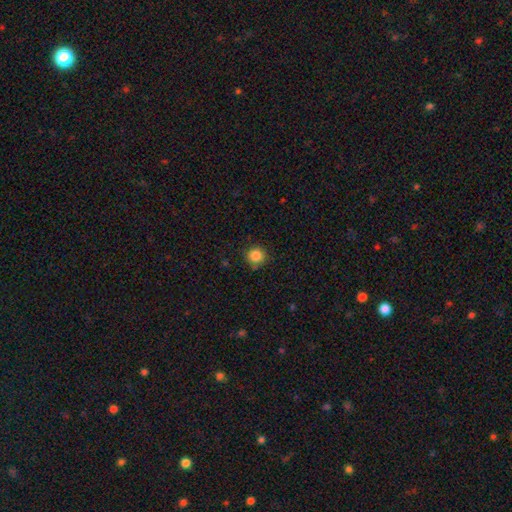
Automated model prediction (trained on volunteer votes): smooth 85%, star or artifact 11%, featured or disk 4%. Down the decision tree: how rounded — round (93%); merging — none (83%).